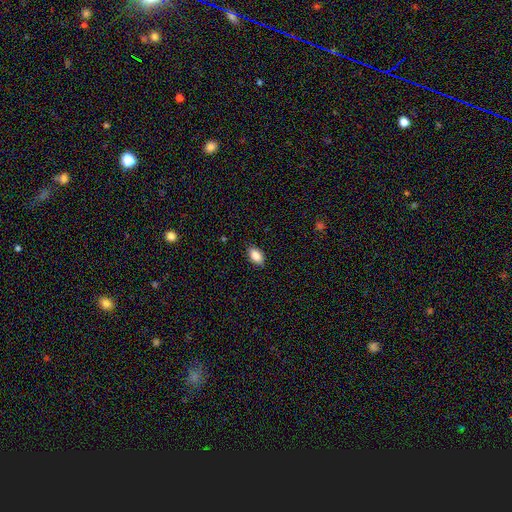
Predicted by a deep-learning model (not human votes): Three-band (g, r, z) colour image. It shows a smooth galaxy with no disk features (85%) that is in between round and cigar-shaped (90%). Merging: none (86%).